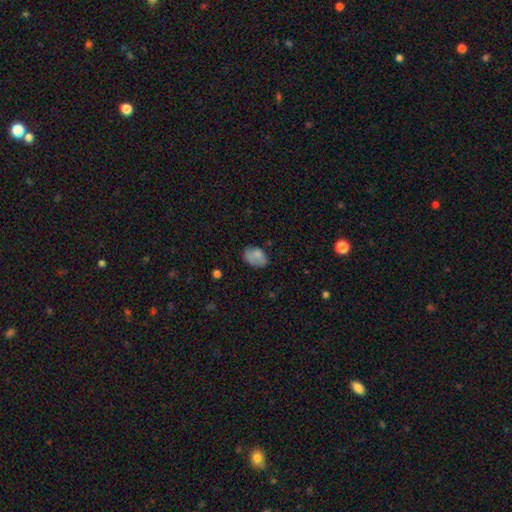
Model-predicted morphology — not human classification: Smooth or featured? Predicted: smooth (p=0.79). How rounded? Predicted: in between (p=0.82). Merging? Predicted: none (p=0.60).